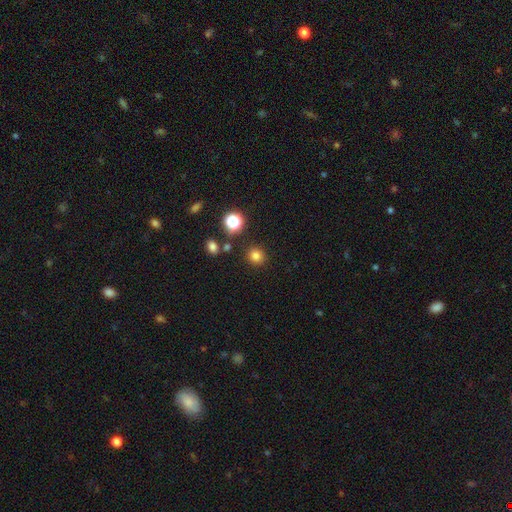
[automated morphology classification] This is likely a smooth galaxy (79%). How rounded: clearly round (89%). Merging: clearly none (87%).